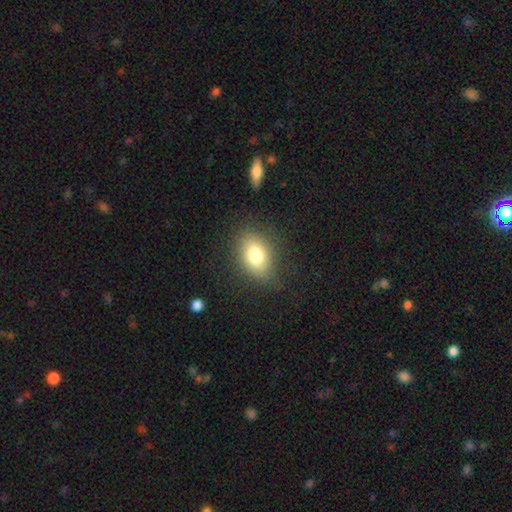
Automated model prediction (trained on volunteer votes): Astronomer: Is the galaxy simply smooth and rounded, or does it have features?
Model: smooth — 79%.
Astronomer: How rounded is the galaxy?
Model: in between — 82%.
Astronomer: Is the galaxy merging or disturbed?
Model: none — 82%.